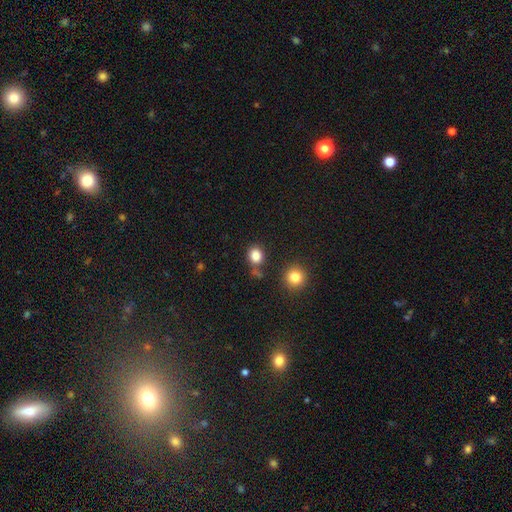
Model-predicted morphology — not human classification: smooth-or-featured: smooth: 84% | star or artifact: 12% | featured or disk: 4%
  how-rounded: round: 72% | in between: 27% | cigar-shaped: 1%
  merging: none: 70% | minor disturbance: 14% | merger: 11% | major disturbance: 5%